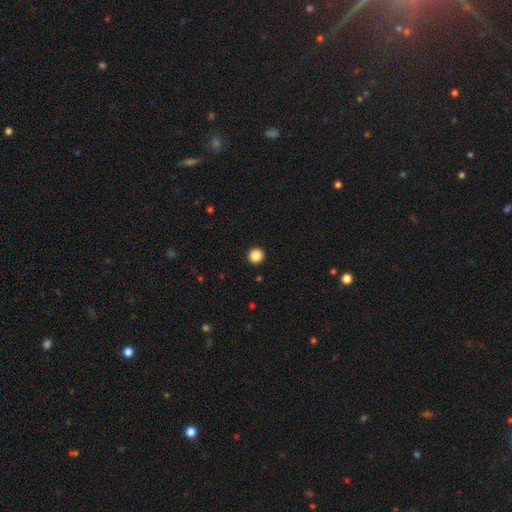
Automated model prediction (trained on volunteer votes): Q: Smooth or featured?
A: smooth (86%); runner-up: star or artifact (10%)
Q: How rounded?
A: round (96%); runner-up: in between (3%)
Q: Merging?
A: none (94%); runner-up: minor disturbance (4%)